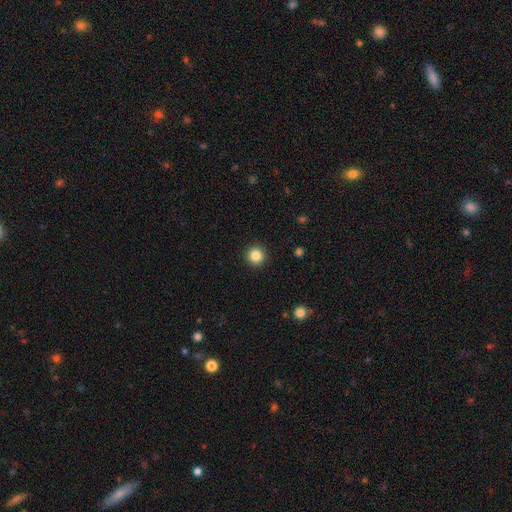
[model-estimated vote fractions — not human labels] Smooth or featured? Predicted: smooth (p=0.85). How rounded? Predicted: round (p=0.96). Merging? Predicted: none (p=0.93).